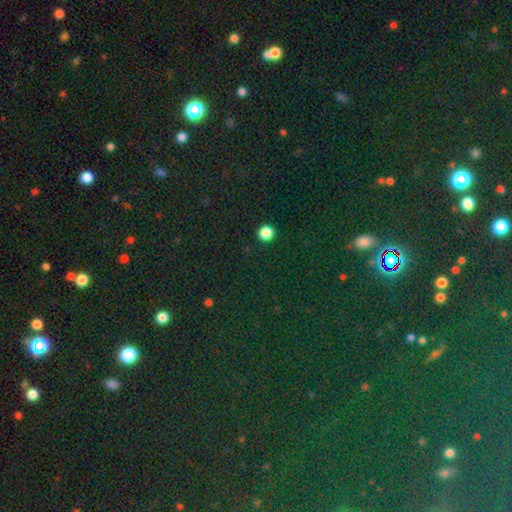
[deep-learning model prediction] This appears to be a star or artifact, not a galaxy (78%).